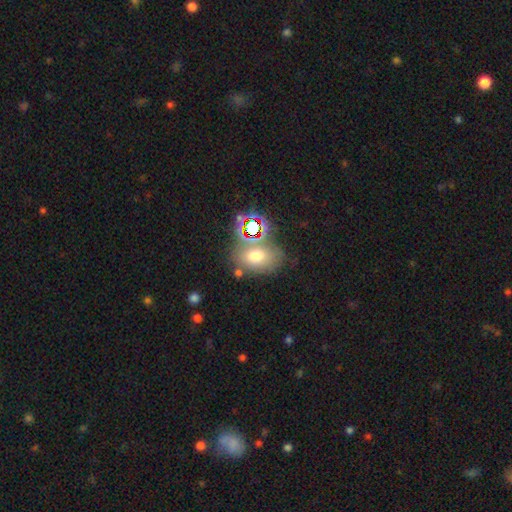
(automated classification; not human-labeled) Smooth or featured?
  - smooth: 62% *
  - star or artifact: 23%
  - featured or disk: 15%
How rounded?
  - in between: 75% *
  - round: 23%
  - cigar-shaped: 2%
Merging?
  - none: 65% *
  - minor disturbance: 15%
  - merger: 13%
  - major disturbance: 7%